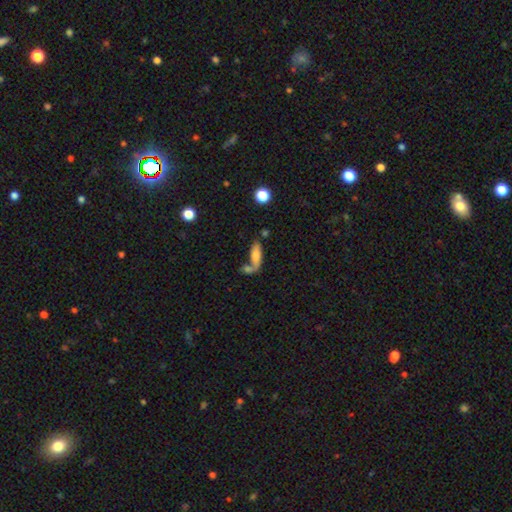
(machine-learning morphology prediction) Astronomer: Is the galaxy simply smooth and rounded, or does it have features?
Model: smooth — 71%.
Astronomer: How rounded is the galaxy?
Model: in between — 68%.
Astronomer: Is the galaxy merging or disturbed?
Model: merger — 45% (runner-up: none, 34%).